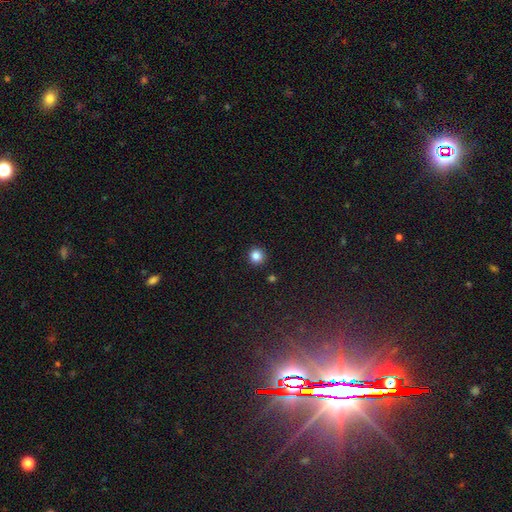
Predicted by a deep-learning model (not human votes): This appears to be a smooth galaxy with no disk features (84%) that is round (93%). Merging: none (92%).